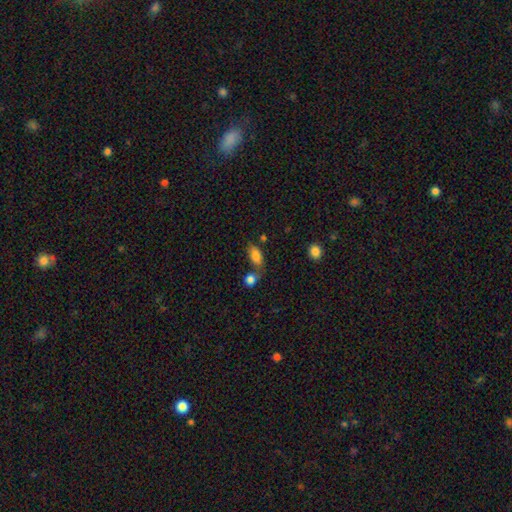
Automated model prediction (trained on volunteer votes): Morphology: type=smooth (82%); roundness=in between (87%); merging=none (55%).